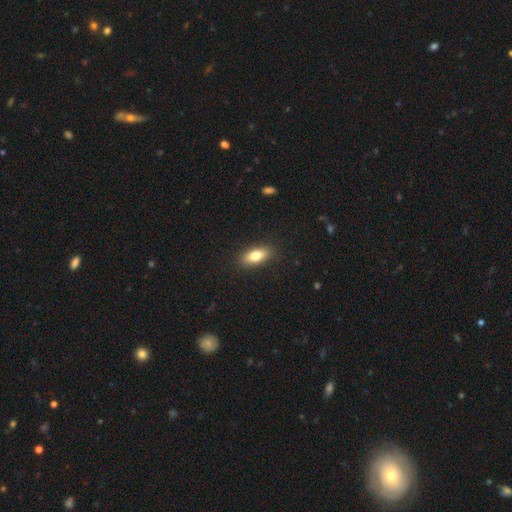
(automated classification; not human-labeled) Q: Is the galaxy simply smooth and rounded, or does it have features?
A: smooth — 79%.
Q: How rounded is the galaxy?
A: in between — 80%.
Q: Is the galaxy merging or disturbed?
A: none — 89%.